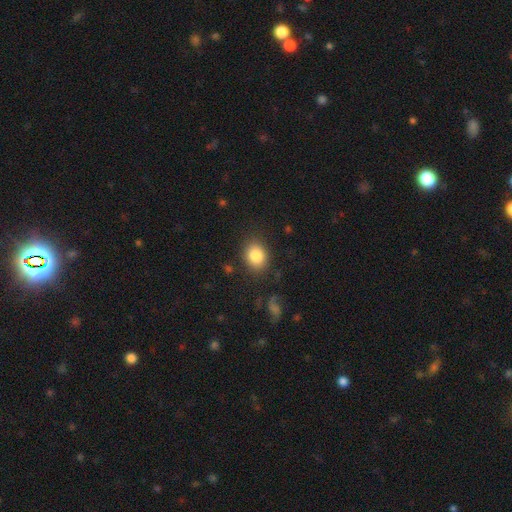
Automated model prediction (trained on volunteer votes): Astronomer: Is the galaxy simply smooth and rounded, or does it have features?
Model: smooth — 85%.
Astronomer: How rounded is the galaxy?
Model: in between — 50% (runner-up: round, 49%).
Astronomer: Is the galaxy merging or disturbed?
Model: none — 83%.